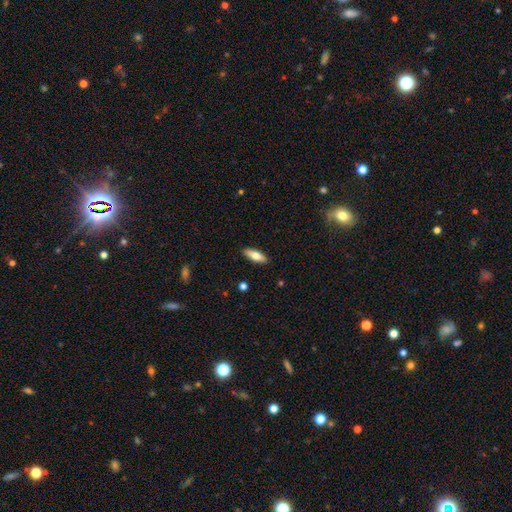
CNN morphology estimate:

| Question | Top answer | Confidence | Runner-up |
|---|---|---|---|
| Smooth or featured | smooth | 70% | featured or disk (24%) |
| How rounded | in between | 61% | cigar-shaped (37%) |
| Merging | none | 90% | minor disturbance (8%) |